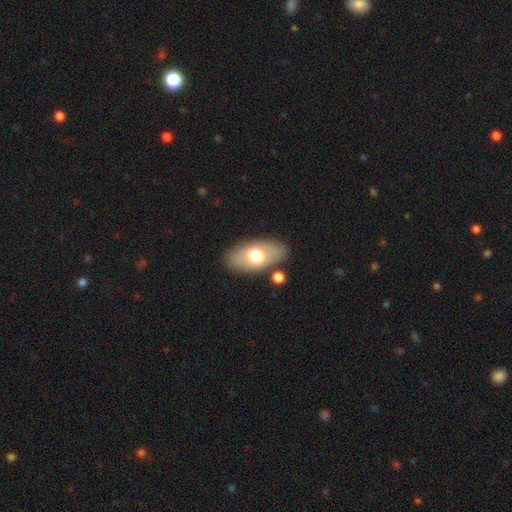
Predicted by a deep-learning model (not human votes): Morphology: type=smooth (65%); roundness=in between (92%); merging=none (82%).